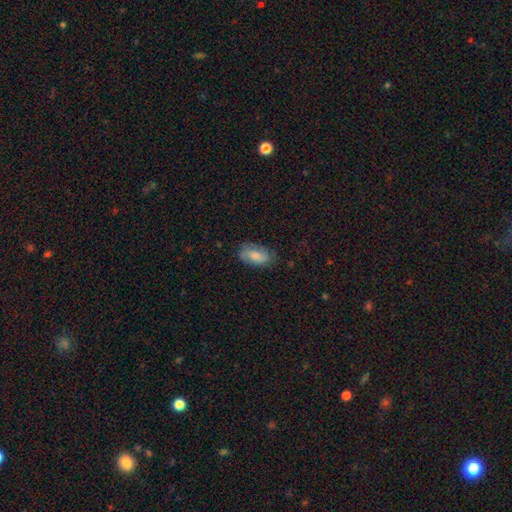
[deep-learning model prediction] smooth-or-featured: smooth: 75% | featured or disk: 18% | star or artifact: 7%
  how-rounded: in between: 92% | cigar-shaped: 4% | round: 4%
  merging: none: 74% | minor disturbance: 20% | major disturbance: 5% | merger: 1%